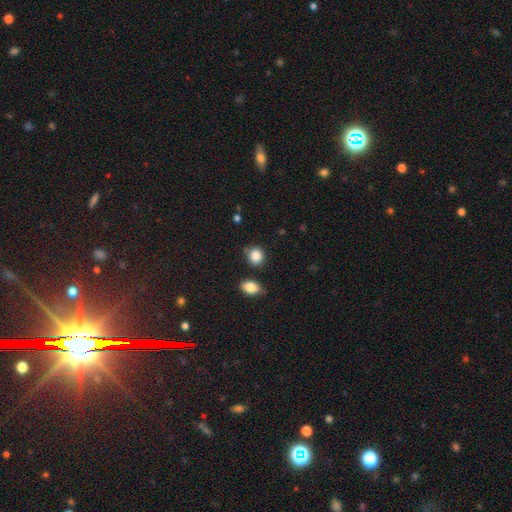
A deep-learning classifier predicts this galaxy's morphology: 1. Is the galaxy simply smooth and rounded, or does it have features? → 86% smooth, 9% star or artifact, 5% featured or disk.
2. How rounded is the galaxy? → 74% round, 25% in between, 1% cigar-shaped.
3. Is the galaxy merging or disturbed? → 78% none, 12% minor disturbance, 7% merger, 3% major disturbance.